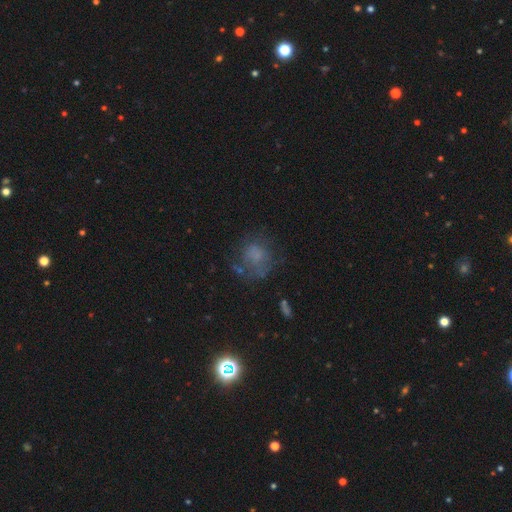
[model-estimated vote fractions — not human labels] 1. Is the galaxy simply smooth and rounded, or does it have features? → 50% smooth, 30% featured or disk, 20% star or artifact.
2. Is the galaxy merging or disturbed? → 53% none, 22% major disturbance, 21% minor disturbance, 4% merger.